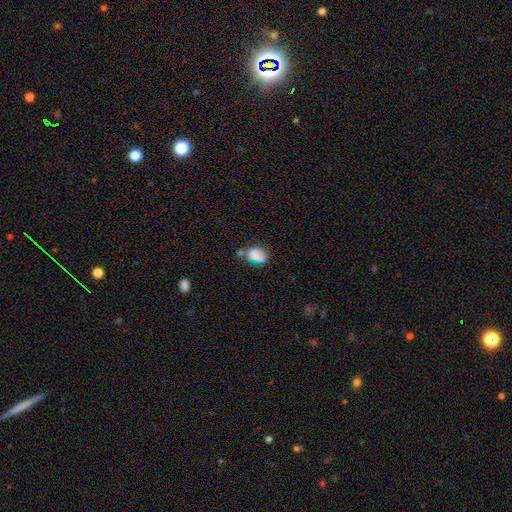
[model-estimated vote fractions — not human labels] Smooth or featured? Predicted: smooth (p=0.73). How rounded? Predicted: in between (p=0.73). Merging? Predicted: none (p=0.45).